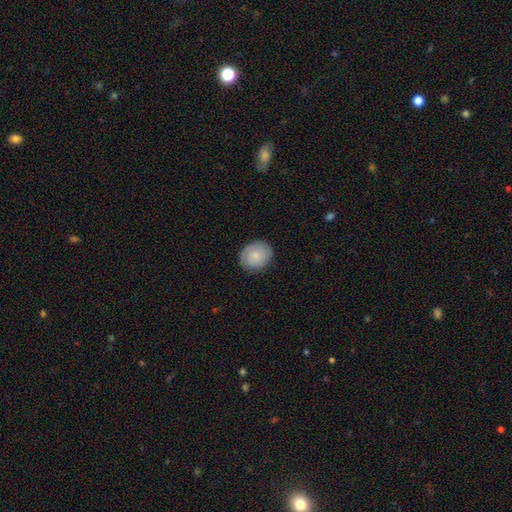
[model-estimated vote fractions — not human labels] Smooth or featured: smooth — 69% (featured or disk — 24%)
How rounded: round — 62% (in between — 37%)
Merging: none — 84% (minor disturbance — 12%)